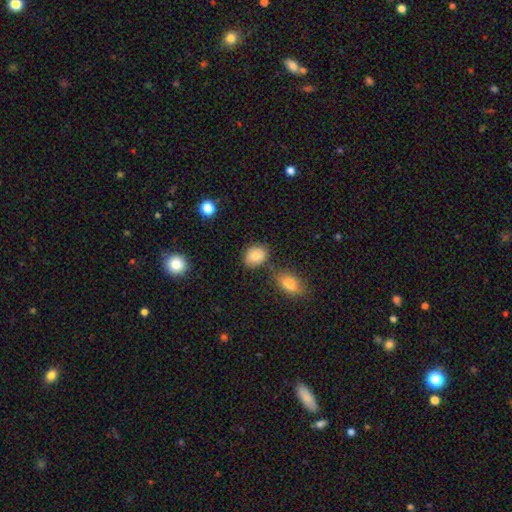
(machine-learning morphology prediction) Q: Smooth or featured?
A: smooth (84%); runner-up: star or artifact (9%)
Q: How rounded?
A: in between (58%); runner-up: round (41%)
Q: Merging?
A: none (76%); runner-up: minor disturbance (14%)